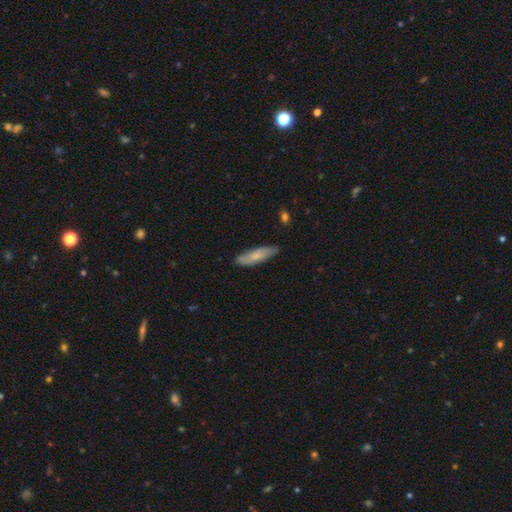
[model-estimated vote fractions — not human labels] smooth-or-featured: smooth: 70% | featured or disk: 24% | star or artifact: 6%
  how-rounded: cigar-shaped: 72% | in between: 27% | round: 2%
  merging: none: 82% | minor disturbance: 14% | major disturbance: 2% | merger: 1%